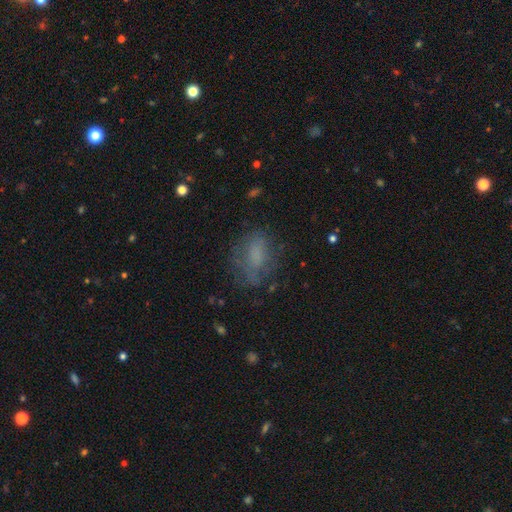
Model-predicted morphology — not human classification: smooth-or-featured: smooth: 62% | featured or disk: 24% | star or artifact: 14%
  how-rounded: in between: 79% | round: 18% | cigar-shaped: 4%
  merging: none: 61% | minor disturbance: 22% | major disturbance: 16% | merger: 2%